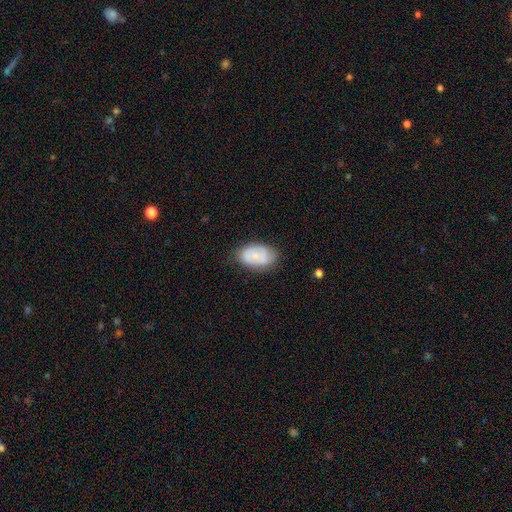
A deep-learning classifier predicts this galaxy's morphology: Smooth or featured?
  - smooth: 53% *
  - featured or disk: 40%
  - star or artifact: 7%
How rounded?
  - in between: 88% *
  - round: 11%
  - cigar-shaped: 1%
Merging?
  - none: 74% *
  - minor disturbance: 20%
  - major disturbance: 5%
  - merger: 1%